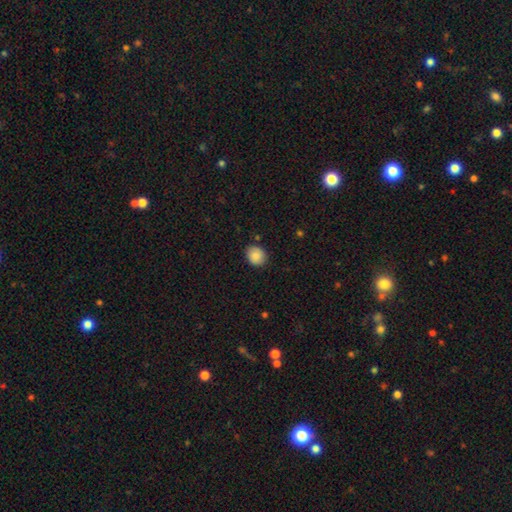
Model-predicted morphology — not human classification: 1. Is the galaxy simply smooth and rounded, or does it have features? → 87% smooth, 8% star or artifact, 5% featured or disk.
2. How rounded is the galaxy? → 72% round, 27% in between, 1% cigar-shaped.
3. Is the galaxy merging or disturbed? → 84% none, 12% minor disturbance, 2% major disturbance, 1% merger.